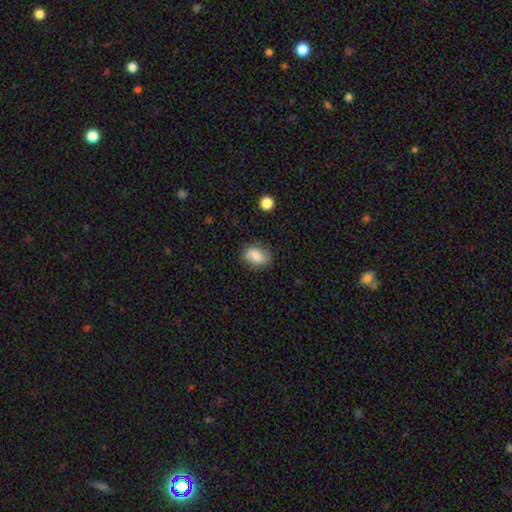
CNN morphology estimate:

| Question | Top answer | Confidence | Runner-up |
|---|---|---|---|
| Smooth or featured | smooth | 79% | featured or disk (13%) |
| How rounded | in between | 79% | round (19%) |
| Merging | none | 76% | minor disturbance (18%) |